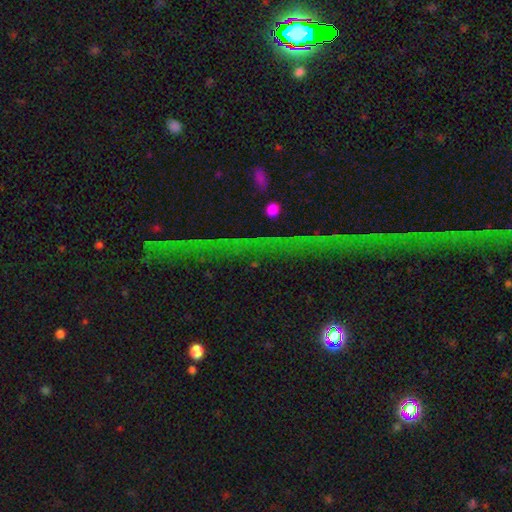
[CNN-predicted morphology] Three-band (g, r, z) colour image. It shows a star or artifact, not a galaxy (80%).